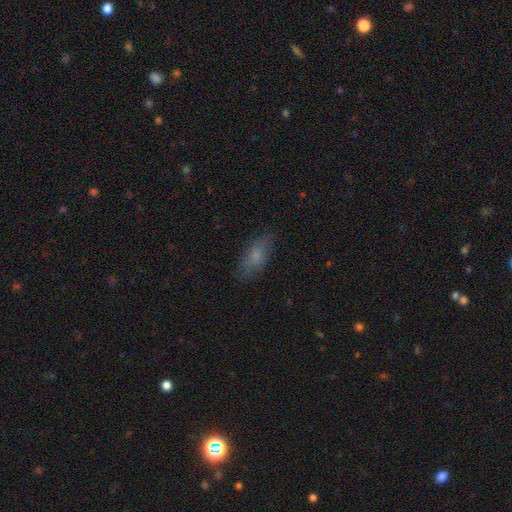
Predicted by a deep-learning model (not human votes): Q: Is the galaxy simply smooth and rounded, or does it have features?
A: smooth — 72%.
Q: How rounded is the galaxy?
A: in between — 74%.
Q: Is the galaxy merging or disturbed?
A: none — 75%.